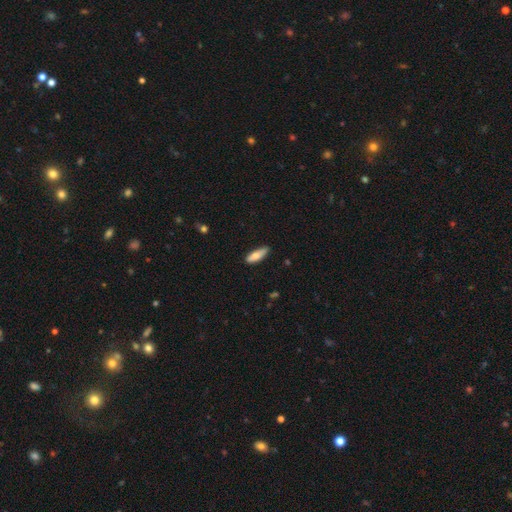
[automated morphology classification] smooth 75%, featured or disk 19%, star or artifact 6%. Down the decision tree: how rounded — in between (52%); merging — none (75%).